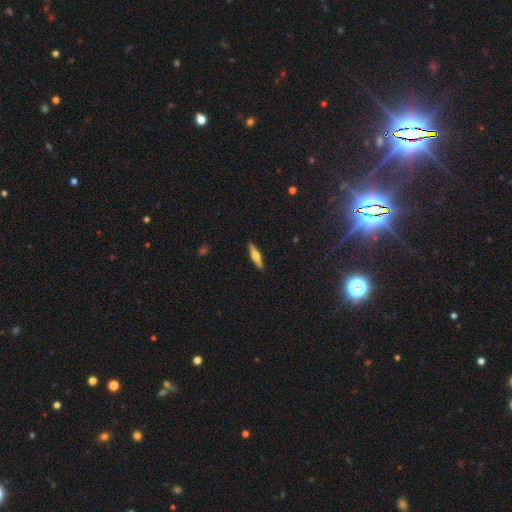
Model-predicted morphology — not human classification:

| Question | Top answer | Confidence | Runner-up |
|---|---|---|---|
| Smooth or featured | featured or disk | 59% | smooth (35%) |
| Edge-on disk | yes | 96% | no (4%) |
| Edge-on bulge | rounded | 93% | boxy (4%) |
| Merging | none | 91% | minor disturbance (6%) |